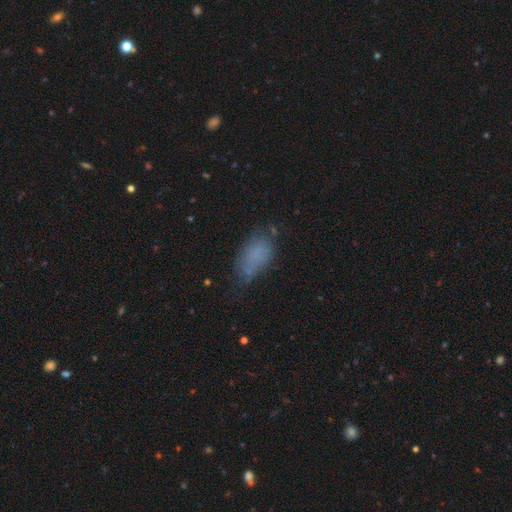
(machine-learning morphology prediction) smooth_or_featured: smooth (p=0.71) [alt: featured or disk p=0.16]
how_rounded: in between (p=0.90) [alt: cigar-shaped p=0.06]
merging: none (p=0.51) [alt: minor disturbance p=0.31]